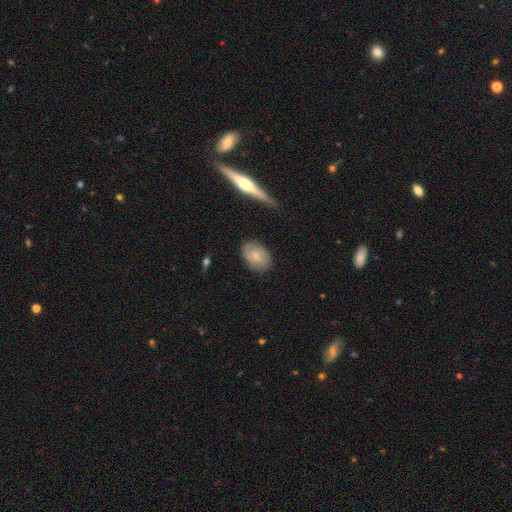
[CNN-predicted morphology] Smooth or featured? Predicted: smooth (p=0.58). How rounded? Predicted: in between (p=0.81). Merging? Predicted: none (p=0.80).